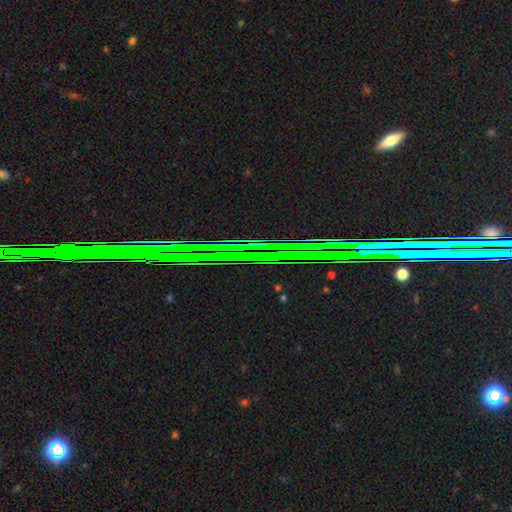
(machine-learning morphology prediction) Overall: star or artifact (82%).